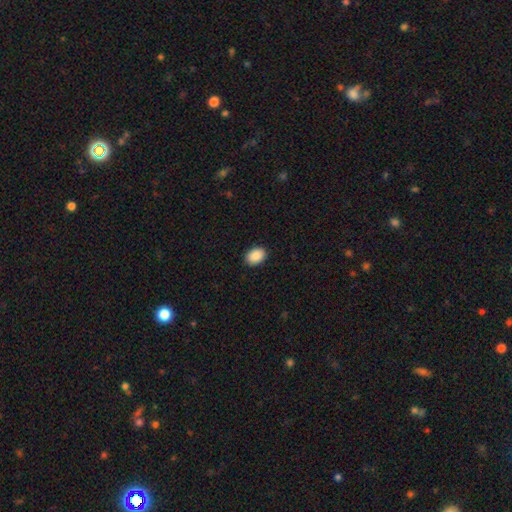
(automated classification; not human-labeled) A smooth galaxy with no disk features (90%) that is in between round and cigar-shaped (75%).

Vote fractions:
- Smooth or featured? smooth: 90% / star or artifact: 7% / featured or disk: 3%
- How rounded? in between: 75% / round: 24% / cigar-shaped: 1%
- Merging? none: 90% / minor disturbance: 7% / major disturbance: 2% / merger: 1%